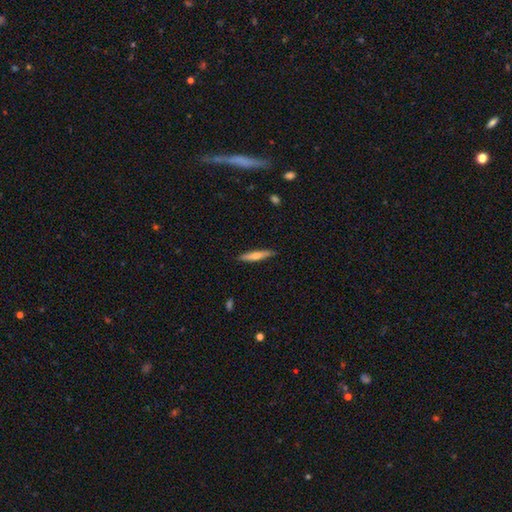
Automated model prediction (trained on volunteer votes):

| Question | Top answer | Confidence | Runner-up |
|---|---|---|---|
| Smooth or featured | smooth | 58% | featured or disk (36%) |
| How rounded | cigar-shaped | 89% | in between (9%) |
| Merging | none | 88% | minor disturbance (9%) |